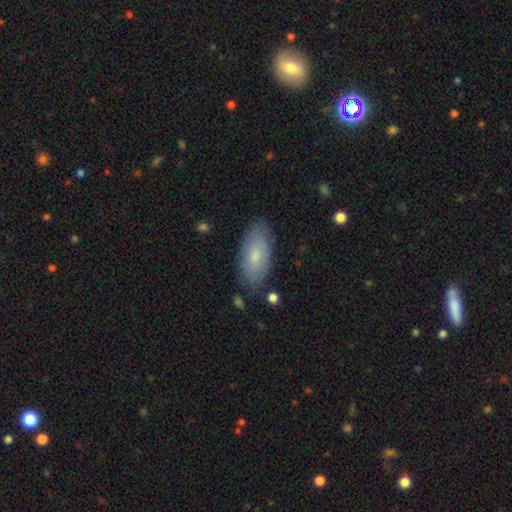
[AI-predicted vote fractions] Smooth or featured? smooth (71%)
How rounded? in between (89%)
Merging? none (81%)